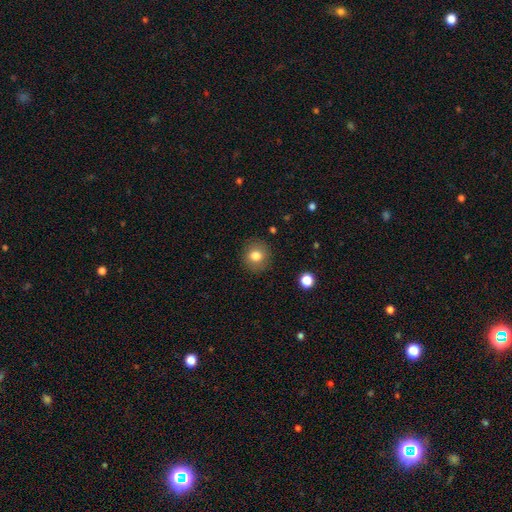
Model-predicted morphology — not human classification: The model was most divided on "smooth or featured": smooth: 81%, star or artifact: 10%, featured or disk: 9%. More confident: how rounded — round (88%); merging — none (88%).